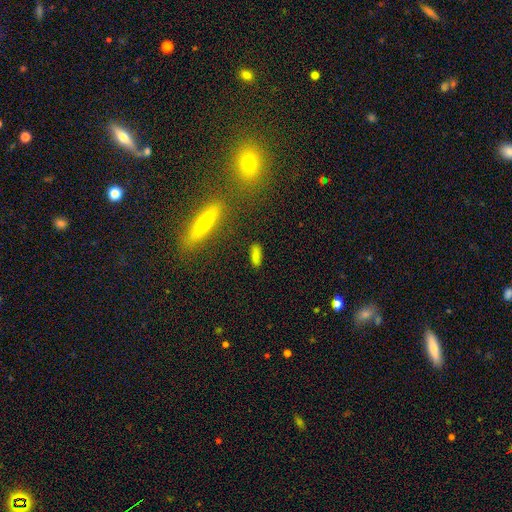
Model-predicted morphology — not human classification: A smooth galaxy with no disk features (74%) that is in between round and cigar-shaped (56%).

Vote fractions:
- Smooth or featured? smooth: 74% / featured or disk: 14% / star or artifact: 12%
- How rounded? in between: 56% / cigar-shaped: 40% / round: 4%
- Merging? none: 82% / minor disturbance: 11% / major disturbance: 3% / merger: 3%